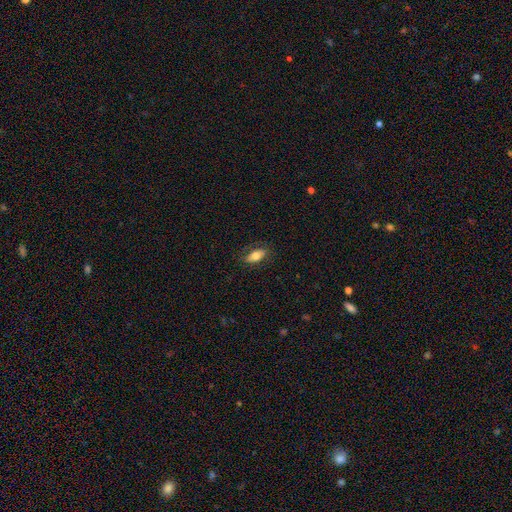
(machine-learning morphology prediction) Smooth or featured? Predicted: smooth (p=0.72). How rounded? Predicted: in between (p=0.85). Merging? Predicted: none (p=0.78).